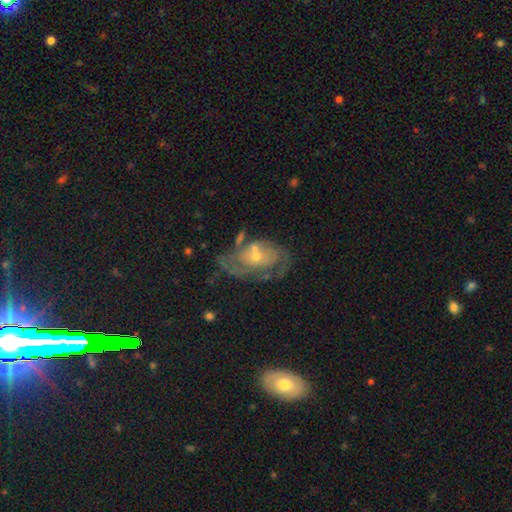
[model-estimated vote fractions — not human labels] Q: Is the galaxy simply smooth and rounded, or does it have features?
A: featured or disk — 74%.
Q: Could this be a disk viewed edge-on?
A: no — 96%.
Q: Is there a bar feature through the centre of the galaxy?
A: no — 75%.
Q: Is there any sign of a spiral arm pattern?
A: yes — 76%.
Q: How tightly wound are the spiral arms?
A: tight — 41%.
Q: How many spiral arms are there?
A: can't tell — 39%.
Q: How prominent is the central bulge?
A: small — 61%.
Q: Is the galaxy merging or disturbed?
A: none — 40%.